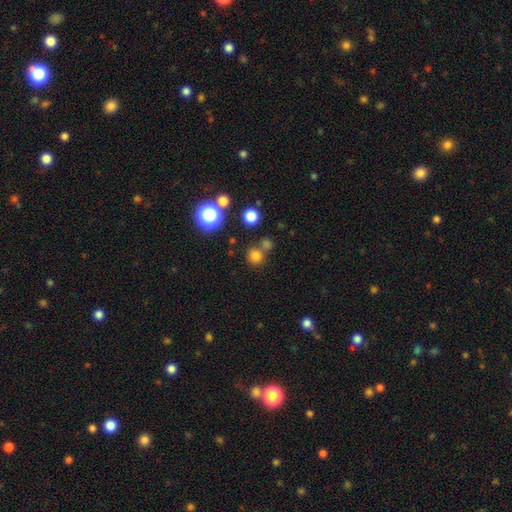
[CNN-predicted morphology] Q: Smooth or featured?
A: smooth (74%); runner-up: star or artifact (20%)
Q: How rounded?
A: round (90%); runner-up: in between (9%)
Q: Merging?
A: none (69%); runner-up: merger (20%)